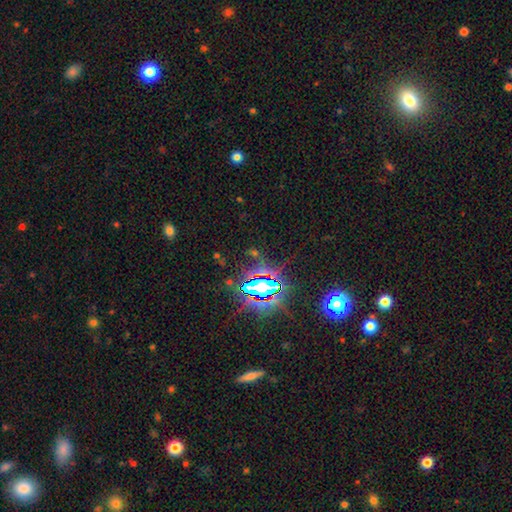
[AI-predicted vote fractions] Smooth or featured?
  - star or artifact: 77% *
  - smooth: 13%
  - featured or disk: 10%